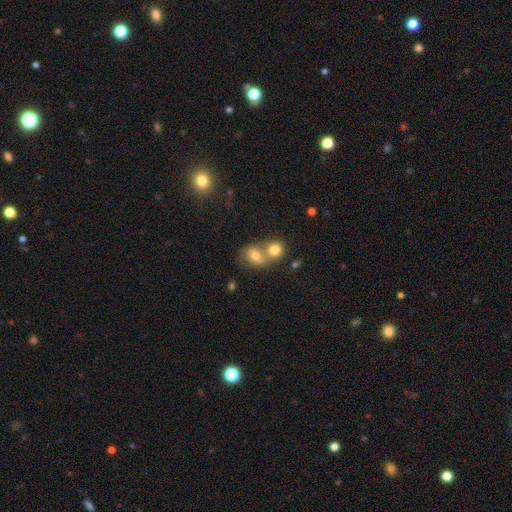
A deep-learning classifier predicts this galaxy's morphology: Smooth or featured? smooth (60%)
How rounded? round (63%)
Merging? merger (59%)